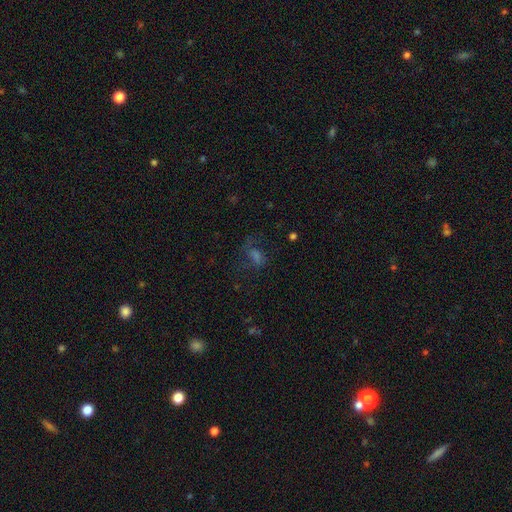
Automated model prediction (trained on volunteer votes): smooth-or-featured: smooth: 37% | featured or disk: 32% | star or artifact: 32%
  merging: none: 48% | major disturbance: 31% | minor disturbance: 19% | merger: 3%